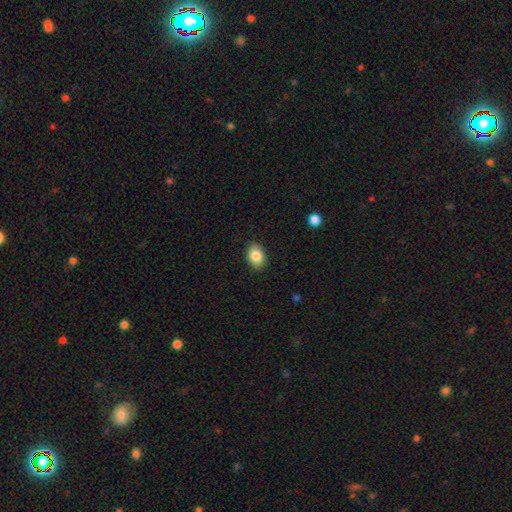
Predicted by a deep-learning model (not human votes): smooth-or-featured: smooth: 86% | star or artifact: 8% | featured or disk: 6%
  how-rounded: in between: 79% | round: 20% | cigar-shaped: 1%
  merging: none: 87% | minor disturbance: 9% | major disturbance: 2% | merger: 1%